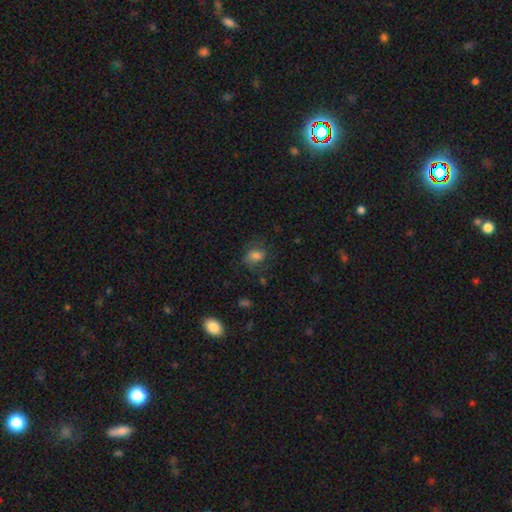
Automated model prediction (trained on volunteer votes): This appears to be a smooth galaxy with no disk features (70%) that is in between round and cigar-shaped (56%). Merging: none (61%).